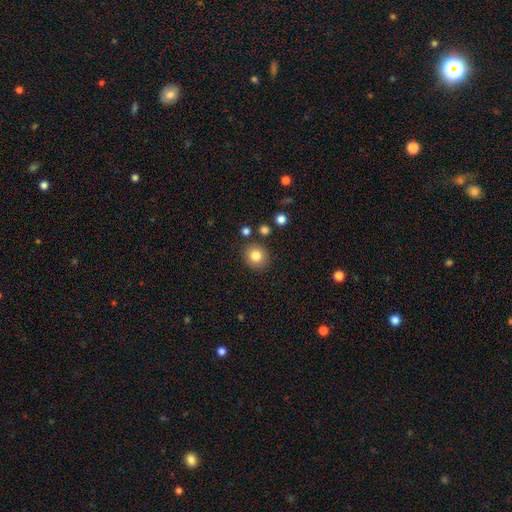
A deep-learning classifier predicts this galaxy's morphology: This is clearly a smooth galaxy (82%). How rounded: clearly round (85%). Merging: clearly none (87%).